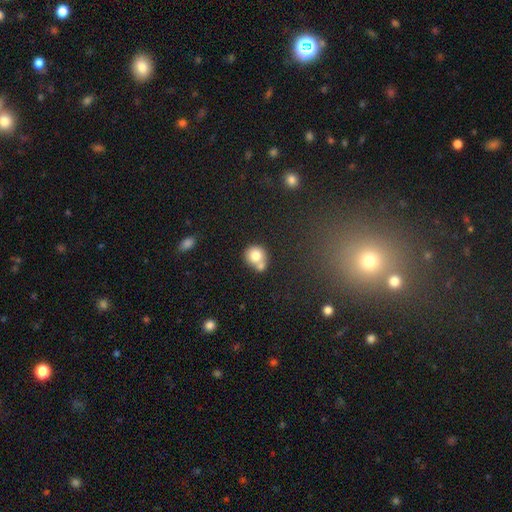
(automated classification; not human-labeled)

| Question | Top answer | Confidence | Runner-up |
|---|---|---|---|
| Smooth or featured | smooth | 77% | featured or disk (14%) |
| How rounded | round | 82% | in between (17%) |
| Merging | merger | 43% | tied: none (43%) |